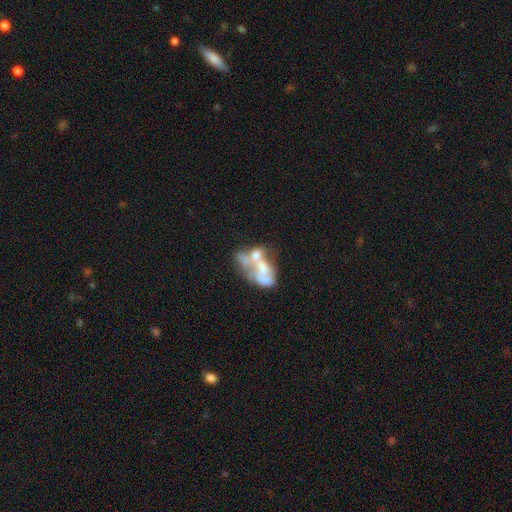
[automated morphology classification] The model was most divided on "bulge size": none: 45%, moderate: 27%, small: 17%, large: 9%, dominant: 2%. More confident: edge-on disk — no (97%); spiral arms — no (86%); bar — no (86%); merging — merger (61%); smooth or featured — featured or disk (56%).